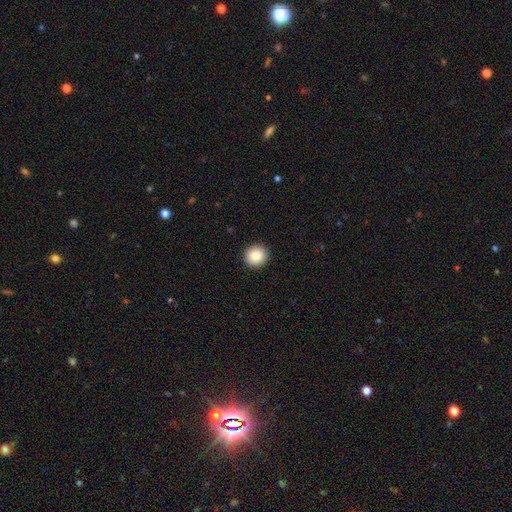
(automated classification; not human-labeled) A smooth galaxy with no disk features (86%) that is round (93%).

Vote fractions:
- Smooth or featured? smooth: 86% / star or artifact: 9% / featured or disk: 5%
- How rounded? round: 93% / in between: 6% / cigar-shaped: 1%
- Merging? none: 93% / minor disturbance: 5% / major disturbance: 2% / merger: 1%